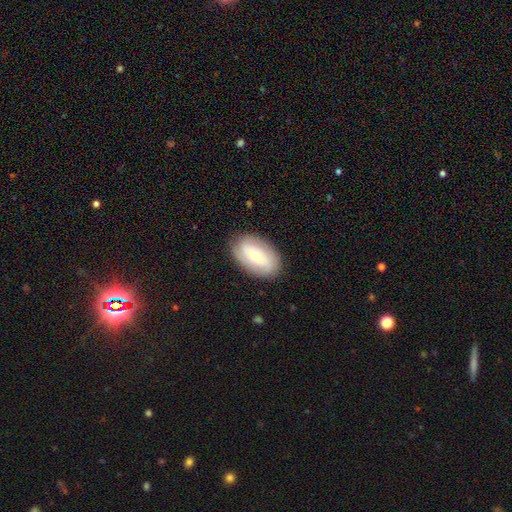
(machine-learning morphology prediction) smooth 54%, featured or disk 39%, star or artifact 7%. Down the decision tree: how rounded — in between (90%); merging — none (85%).